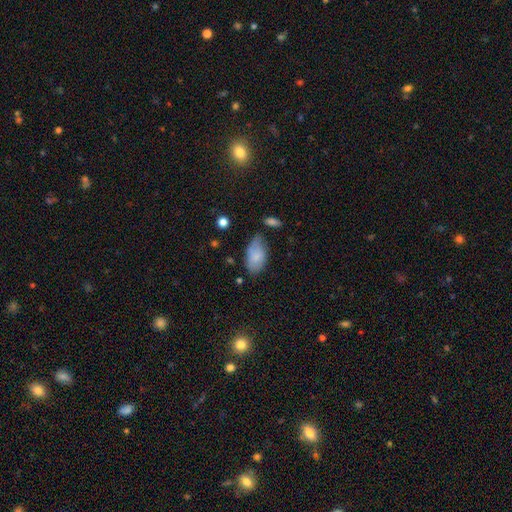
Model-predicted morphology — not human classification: A smooth galaxy with no disk features (78%) that is in between round and cigar-shaped (94%).

Vote fractions:
- Smooth or featured? smooth: 78% / featured or disk: 15% / star or artifact: 7%
- How rounded? in between: 94% / round: 4% / cigar-shaped: 2%
- Merging? none: 52% / minor disturbance: 33% / major disturbance: 10% / merger: 5%